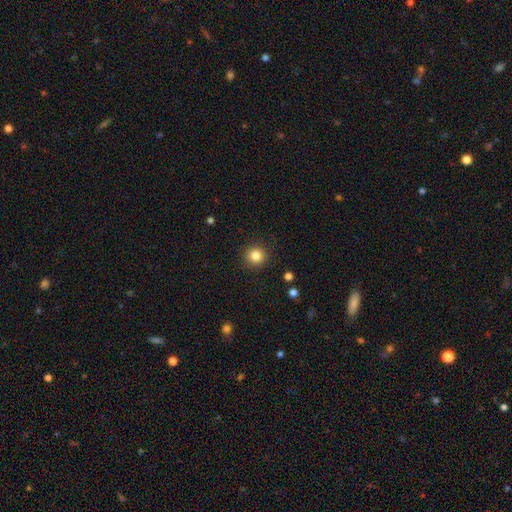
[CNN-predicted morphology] A smooth galaxy with no disk features (84%) that is round (94%). Merging: none (90%).